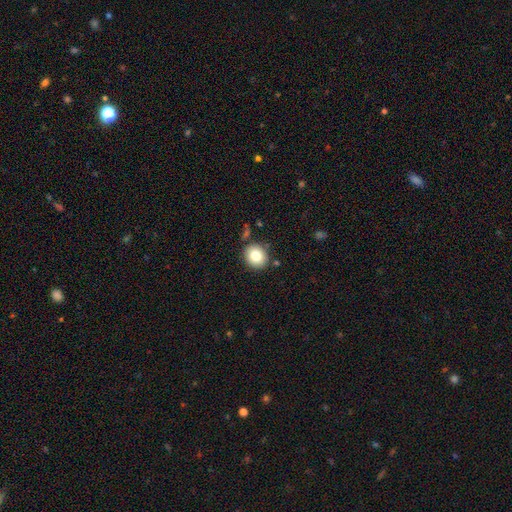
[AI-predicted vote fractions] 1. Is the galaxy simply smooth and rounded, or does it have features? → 81% smooth, 10% star or artifact, 9% featured or disk.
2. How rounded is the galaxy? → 80% round, 19% in between, 1% cigar-shaped.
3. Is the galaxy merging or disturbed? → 84% none, 9% minor disturbance, 4% merger, 3% major disturbance.